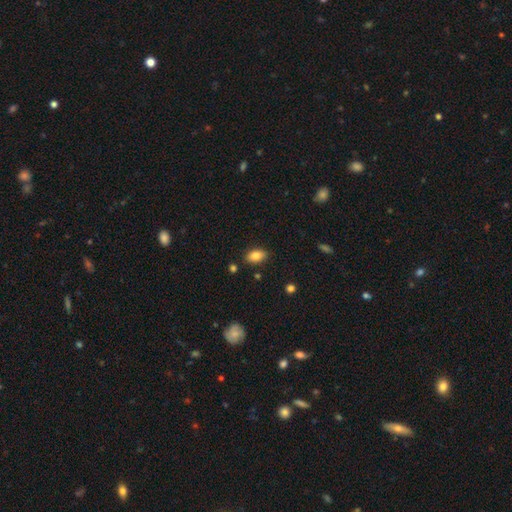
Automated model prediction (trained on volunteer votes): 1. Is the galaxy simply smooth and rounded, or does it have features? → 84% smooth, 9% star or artifact, 7% featured or disk.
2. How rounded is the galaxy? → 90% in between, 8% round, 2% cigar-shaped.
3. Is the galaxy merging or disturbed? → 83% none, 11% minor disturbance, 3% merger, 3% major disturbance.